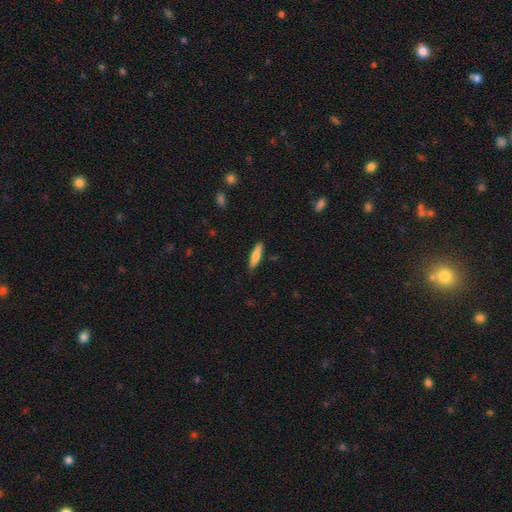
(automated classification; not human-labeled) Smooth or featured?
  - smooth: 73% *
  - featured or disk: 21%
  - star or artifact: 6%
How rounded?
  - cigar-shaped: 81% *
  - in between: 18%
  - round: 2%
Merging?
  - none: 87% *
  - minor disturbance: 10%
  - major disturbance: 2%
  - merger: 1%